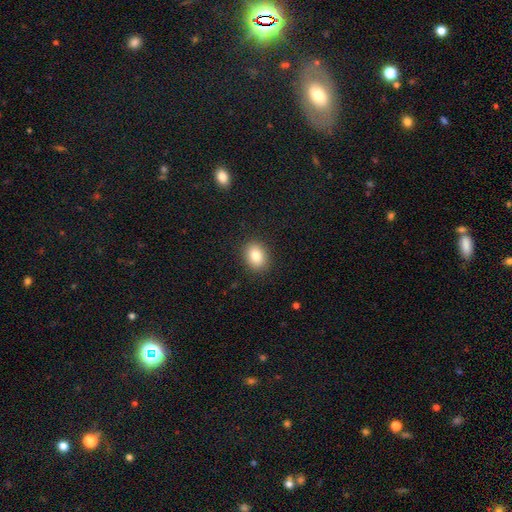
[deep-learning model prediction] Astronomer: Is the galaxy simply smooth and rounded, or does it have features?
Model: smooth — 83%.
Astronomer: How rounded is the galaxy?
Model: in between — 59% (runner-up: round, 40%).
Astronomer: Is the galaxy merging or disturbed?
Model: none — 89%.